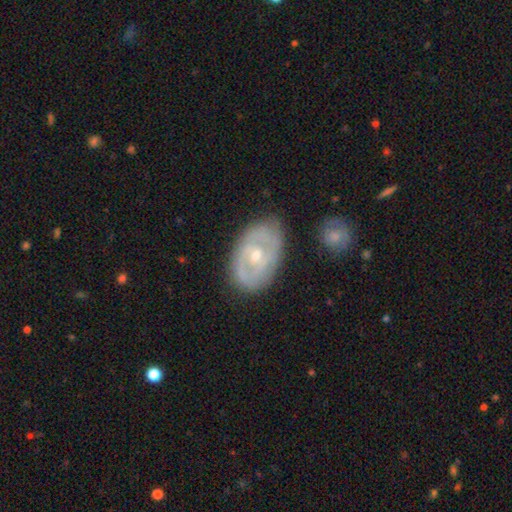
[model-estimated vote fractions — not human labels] Q: Smooth or featured?
A: featured or disk (72%); runner-up: smooth (22%)
Q: Edge-on disk?
A: no (95%); runner-up: yes (5%)
Q: Bar?
A: no (61%); runner-up: weak (32%)
Q: Spiral arms?
A: yes (66%); runner-up: no (34%)
Q: Bulge size?
A: moderate (56%); runner-up: small (40%)
Q: Merging?
A: none (74%); runner-up: minor disturbance (19%)